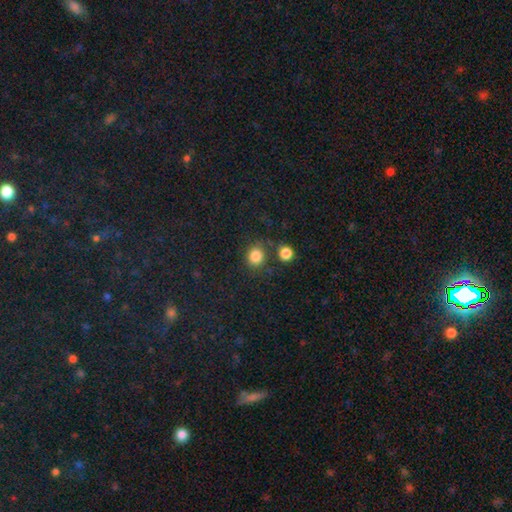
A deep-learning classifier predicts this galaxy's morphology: Smooth or featured? Predicted: smooth (p=0.83). How rounded? Predicted: round (p=0.81). Merging? Predicted: none (p=0.74).